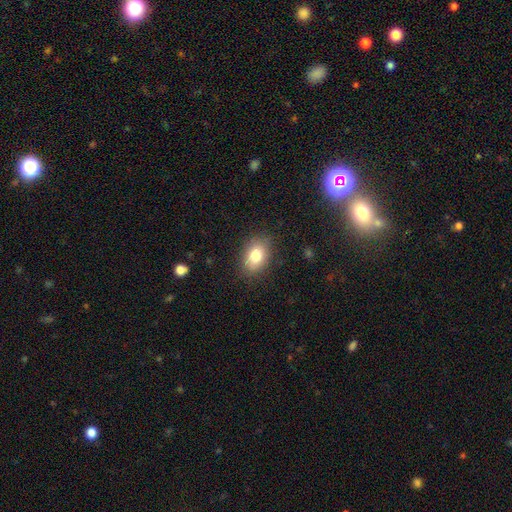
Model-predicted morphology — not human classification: Overall: smooth (81%). How rounded: in between (81%). Merging: none (84%).